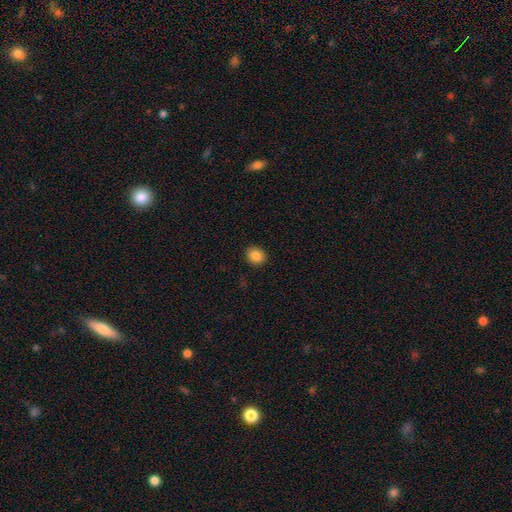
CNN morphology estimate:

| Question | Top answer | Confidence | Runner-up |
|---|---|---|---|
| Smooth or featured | smooth | 85% | star or artifact (10%) |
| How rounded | round | 65% | in between (34%) |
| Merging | none | 90% | minor disturbance (8%) |